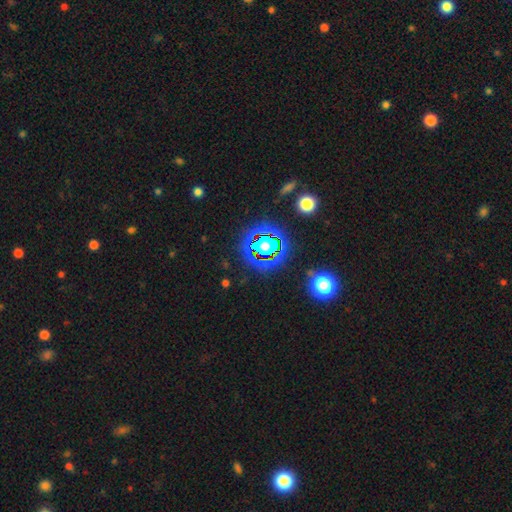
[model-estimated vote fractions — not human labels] This appears to be a star or artifact, not a galaxy (77%).